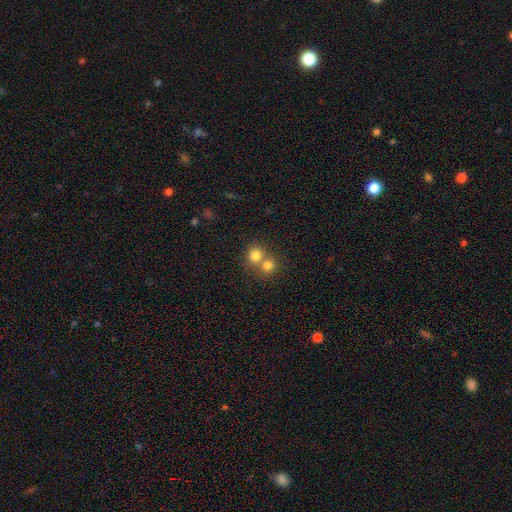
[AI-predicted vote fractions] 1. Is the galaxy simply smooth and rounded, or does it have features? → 79% smooth, 13% star or artifact, 9% featured or disk.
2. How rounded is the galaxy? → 86% round, 14% in between, 1% cigar-shaped.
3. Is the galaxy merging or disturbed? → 51% merger, 42% none, 5% minor disturbance, 2% major disturbance.